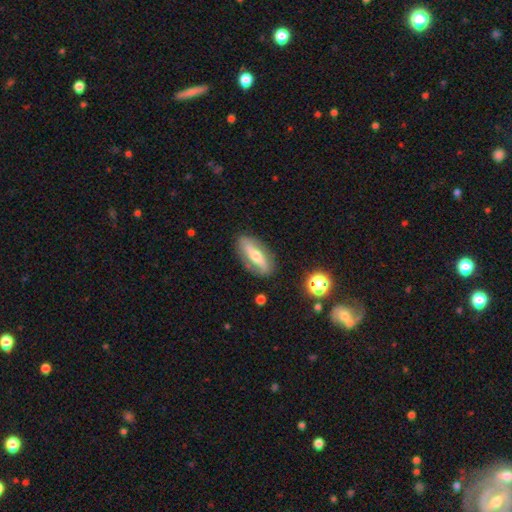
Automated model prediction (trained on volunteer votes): This appears to be a featured or disk galaxy (57%). Merging: none (81%).